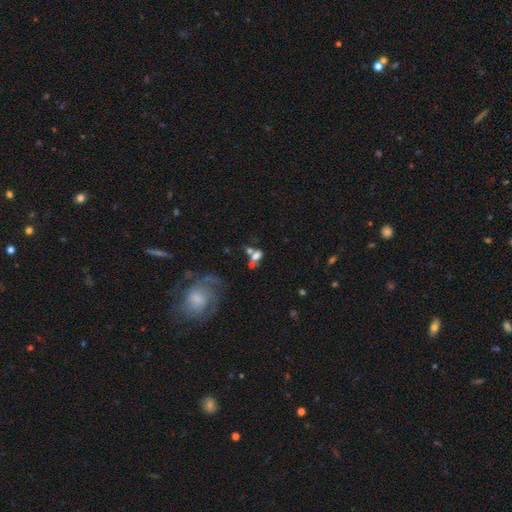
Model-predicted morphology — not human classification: A smooth galaxy with no disk features (64%) that is in between round and cigar-shaped (71%). Merging: merger (41%).